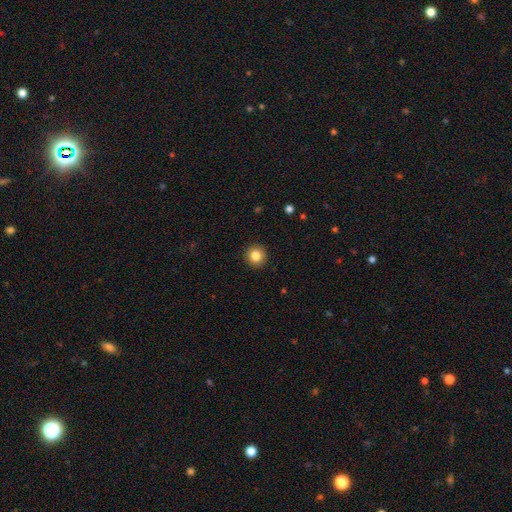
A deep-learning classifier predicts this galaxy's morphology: This is clearly a smooth galaxy (84%). How rounded: clearly round (95%). Merging: clearly none (93%).